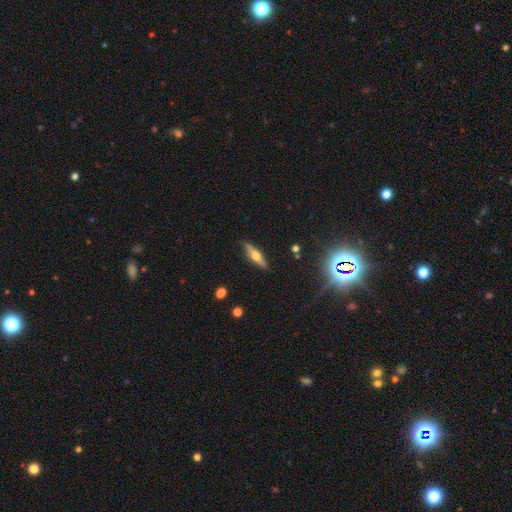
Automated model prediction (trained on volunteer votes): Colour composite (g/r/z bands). It shows a featured or disk galaxy (50%). Merging: none (85%).